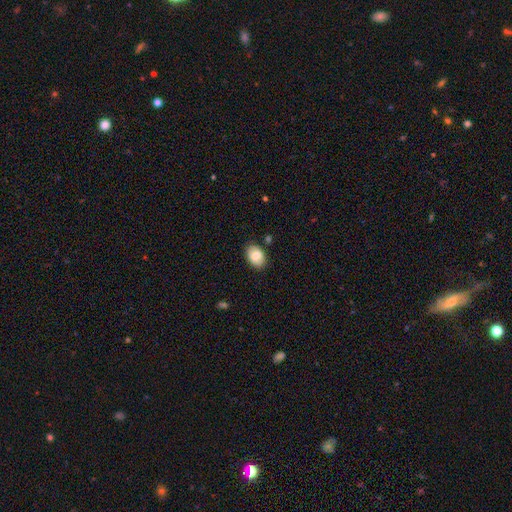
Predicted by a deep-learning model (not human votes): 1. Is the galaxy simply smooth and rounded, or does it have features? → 82% smooth, 12% featured or disk, 7% star or artifact.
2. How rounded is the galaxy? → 84% in between, 15% round, 1% cigar-shaped.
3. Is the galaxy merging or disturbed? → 84% none, 11% minor disturbance, 2% major disturbance, 2% merger.